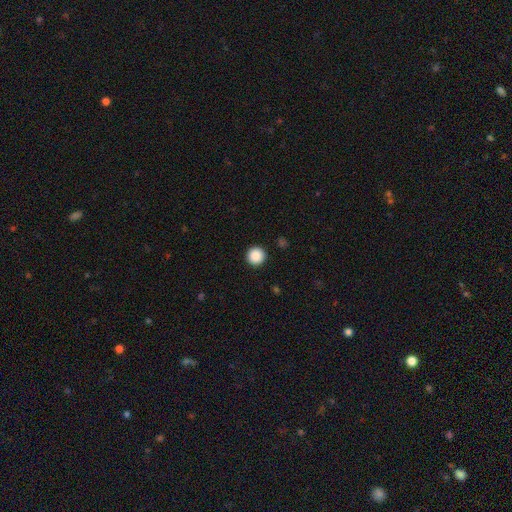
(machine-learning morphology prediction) This appears to be a smooth galaxy with no disk features (89%) that is round (96%). Merging: none (93%).